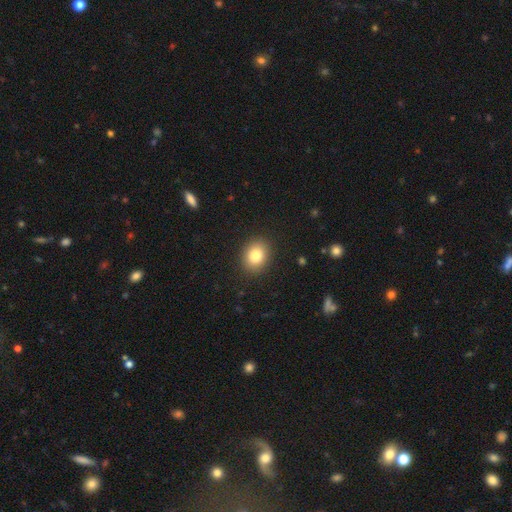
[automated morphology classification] A smooth galaxy with no disk features (82%) that is round (56%).

Vote fractions:
- Smooth or featured? smooth: 82% / star or artifact: 10% / featured or disk: 8%
- How rounded? round: 56% / in between: 44% / cigar-shaped: 1%
- Merging? none: 89% / minor disturbance: 7% / major disturbance: 2% / merger: 1%